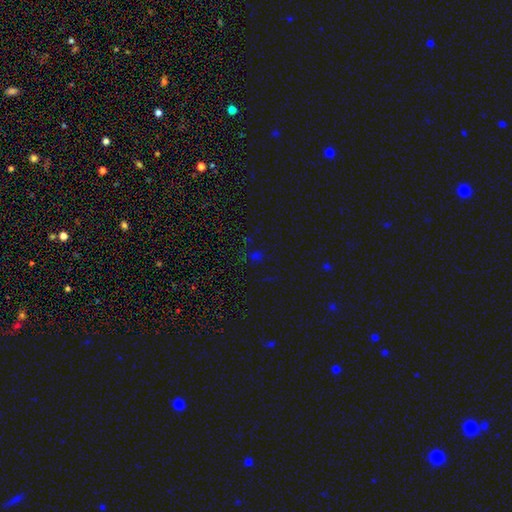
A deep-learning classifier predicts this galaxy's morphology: A star or artifact, not a galaxy (55%).